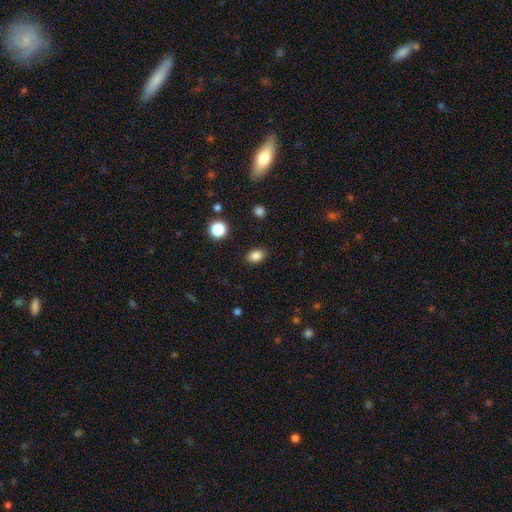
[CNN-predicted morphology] Smooth or featured? Predicted: smooth (p=0.85). How rounded? Predicted: in between (p=0.77). Merging? Predicted: none (p=0.87).